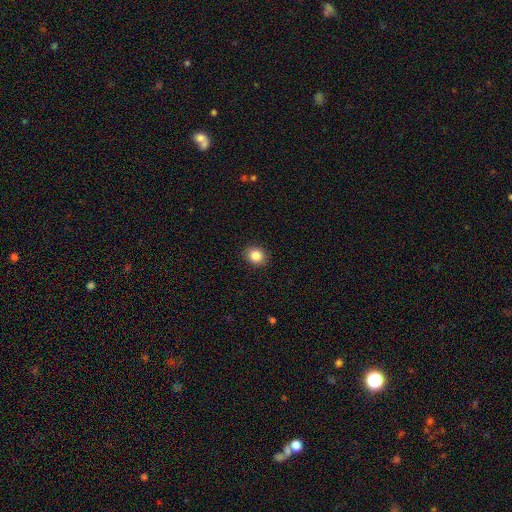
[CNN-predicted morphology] type=smooth (86%); roundness=round (68%); merging=none (89%).